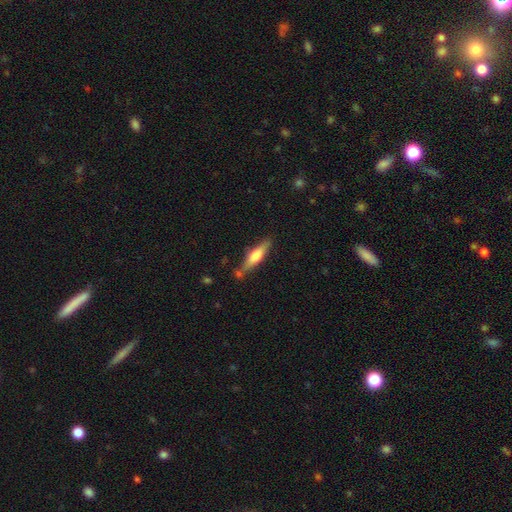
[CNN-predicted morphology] A featured or disk galaxy (47%, tied with smooth). Merging: none (76%).